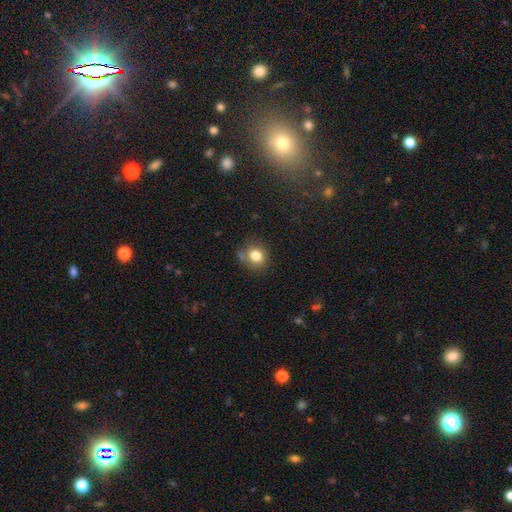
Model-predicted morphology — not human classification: Smooth or featured: smooth — 81% (star or artifact — 11%)
How rounded: round — 74% (in between — 25%)
Merging: none — 70% (minor disturbance — 18%)